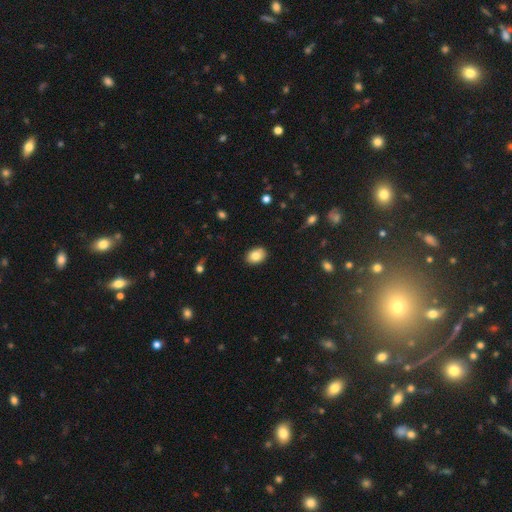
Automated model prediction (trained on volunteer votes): Smooth or featured? smooth (83%)
How rounded? in between (76%)
Merging? none (88%)